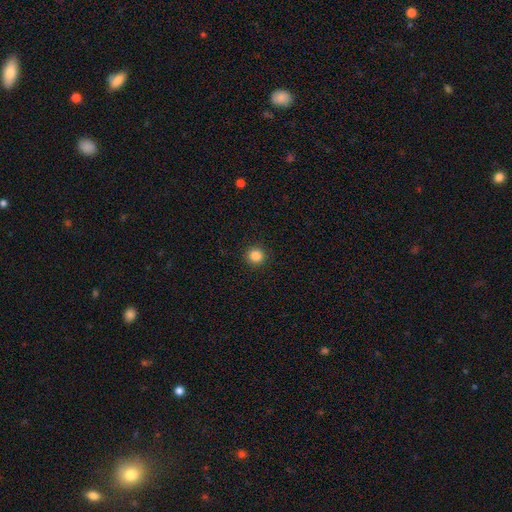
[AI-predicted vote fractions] smooth_or_featured: smooth (p=0.85) [alt: star or artifact p=0.11]
how_rounded: round (p=0.94) [alt: in between p=0.05]
merging: none (p=0.93) [alt: minor disturbance p=0.05]